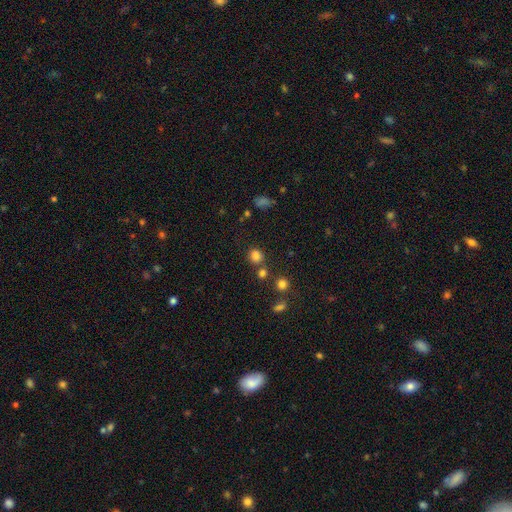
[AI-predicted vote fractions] smooth_or_featured: smooth (p=0.79) [alt: star or artifact p=0.16]
how_rounded: round (p=0.82) [alt: in between p=0.17]
merging: none (p=0.73) [alt: merger p=0.14]